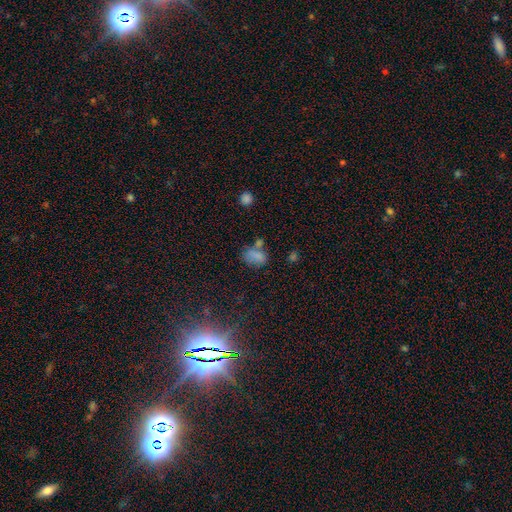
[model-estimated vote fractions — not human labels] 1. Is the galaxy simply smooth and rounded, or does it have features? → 74% smooth, 15% star or artifact, 11% featured or disk.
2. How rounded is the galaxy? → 83% in between, 15% round, 2% cigar-shaped.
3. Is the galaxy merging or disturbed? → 44% none, 26% merger, 20% minor disturbance, 11% major disturbance.